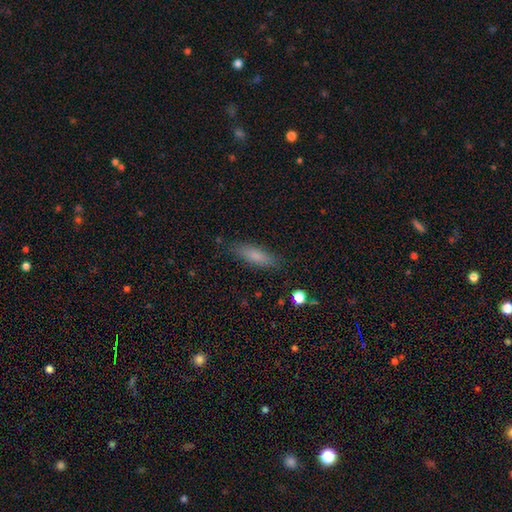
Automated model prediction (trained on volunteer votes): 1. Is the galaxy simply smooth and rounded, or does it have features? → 78% smooth, 15% featured or disk, 8% star or artifact.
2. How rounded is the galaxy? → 60% cigar-shaped, 38% in between, 2% round.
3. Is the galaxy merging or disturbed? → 85% none, 11% minor disturbance, 3% major disturbance, 1% merger.